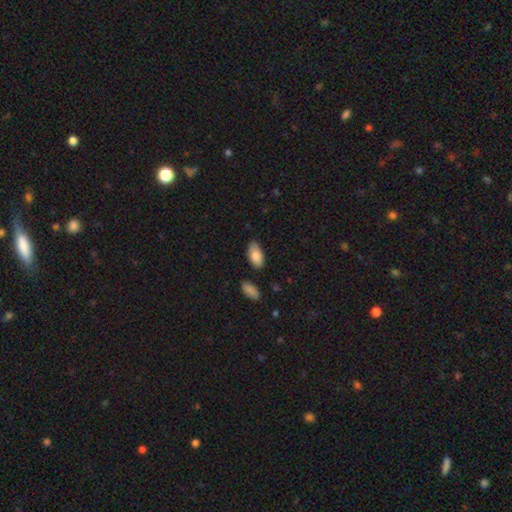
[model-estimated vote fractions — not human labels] Smooth or featured: smooth — 82% (featured or disk — 12%)
How rounded: in between — 93% (cigar-shaped — 4%)
Merging: none — 82% (minor disturbance — 12%)